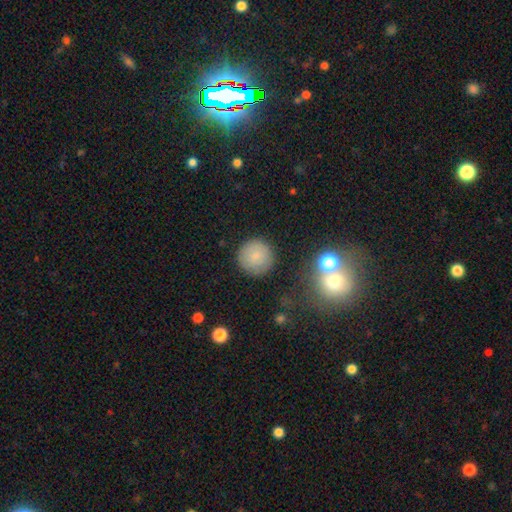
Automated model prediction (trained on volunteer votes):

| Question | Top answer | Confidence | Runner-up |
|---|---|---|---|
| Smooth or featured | smooth | 81% | featured or disk (10%) |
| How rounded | round | 96% | in between (3%) |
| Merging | none | 89% | minor disturbance (7%) |